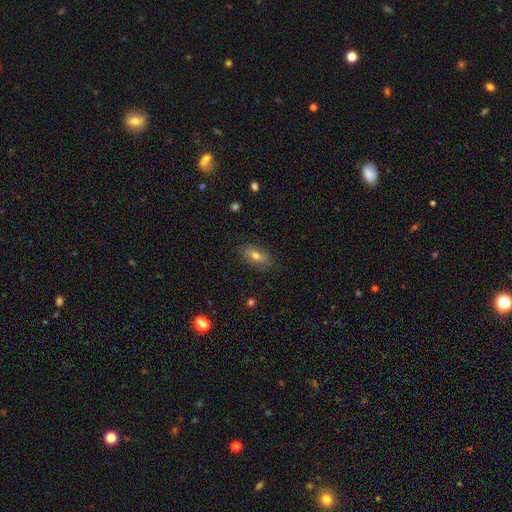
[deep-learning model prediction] A smooth galaxy with no disk features (65%) that is in between round and cigar-shaped (83%). Merging: none (82%).